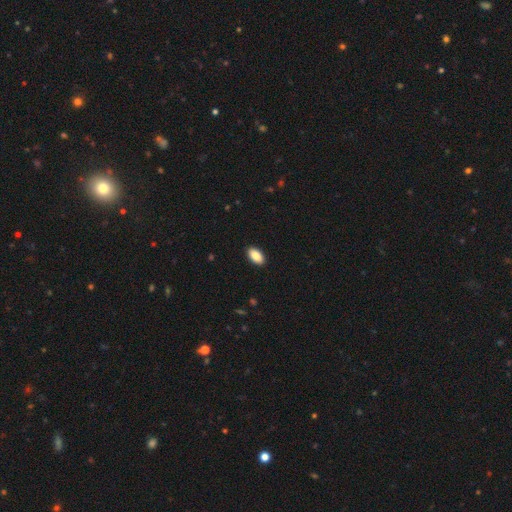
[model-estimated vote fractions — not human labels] smooth 89%, star or artifact 7%, featured or disk 5%. Down the decision tree: how rounded — in between (94%); merging — none (91%).